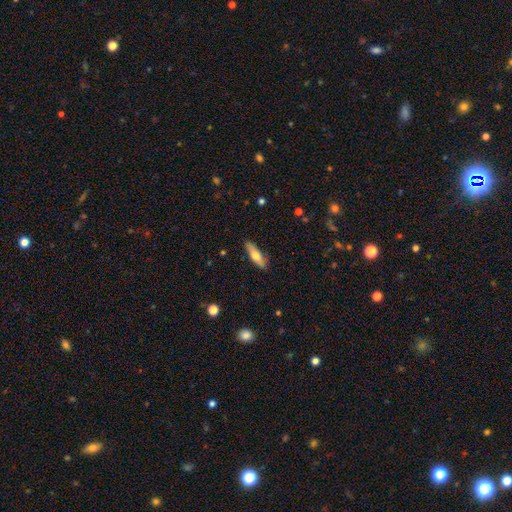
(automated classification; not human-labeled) A smooth galaxy with no disk features (61%) that is cigar-shaped (58%).

Vote fractions:
- Smooth or featured? smooth: 61% / featured or disk: 33% / star or artifact: 6%
- How rounded? cigar-shaped: 58% / in between: 39% / round: 2%
- Merging? none: 85% / minor disturbance: 11% / major disturbance: 2% / merger: 1%